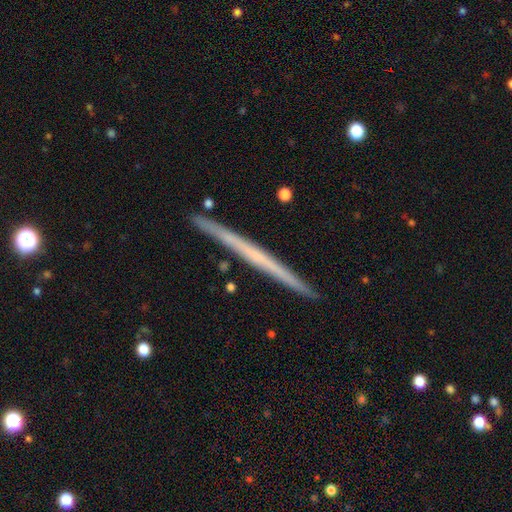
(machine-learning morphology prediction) Smooth or featured: featured or disk — 61% (smooth — 33%)
Edge-on disk: yes — 98% (no — 2%)
Edge-on bulge: none — 90% (rounded — 8%)
Merging: none — 92% (minor disturbance — 6%)